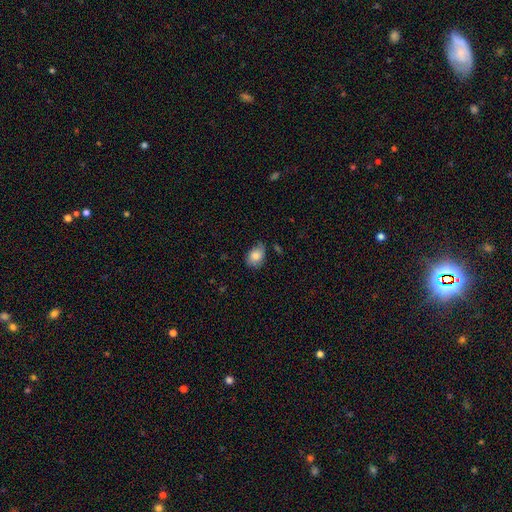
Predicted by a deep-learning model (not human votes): smooth 83%, featured or disk 10%, star or artifact 8%. Down the decision tree: how rounded — in between (75%); merging — none (64%).